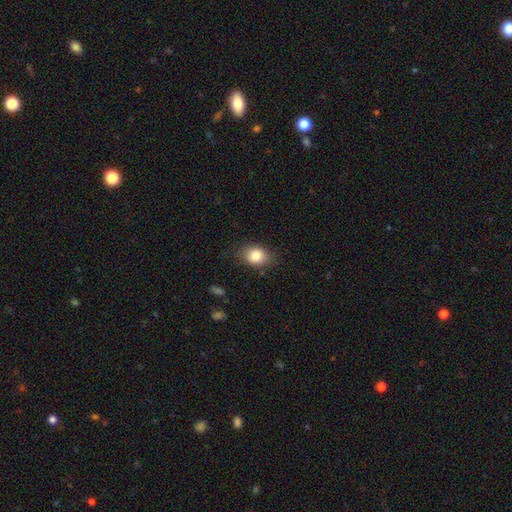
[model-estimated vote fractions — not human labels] A smooth galaxy with no disk features (84%) that is in between round and cigar-shaped (65%).

Vote fractions:
- Smooth or featured? smooth: 84% / star or artifact: 8% / featured or disk: 7%
- How rounded? in between: 65% / round: 34% / cigar-shaped: 1%
- Merging? none: 79% / minor disturbance: 15% / major disturbance: 4% / merger: 1%